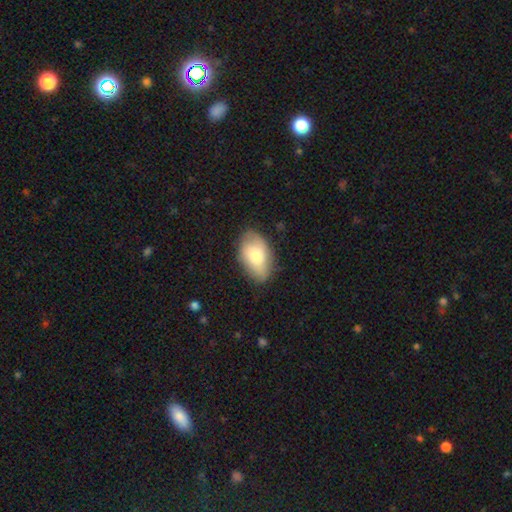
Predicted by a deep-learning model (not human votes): Morphology: type=smooth (71%); roundness=in between (91%); merging=none (76%).